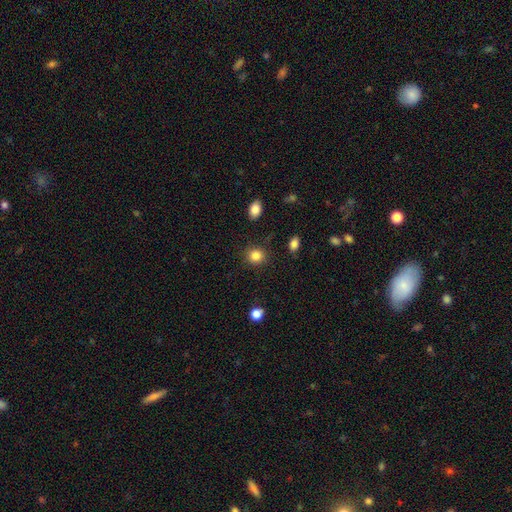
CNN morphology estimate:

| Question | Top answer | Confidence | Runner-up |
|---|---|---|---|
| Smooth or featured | smooth | 85% | star or artifact (11%) |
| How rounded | round | 86% | in between (14%) |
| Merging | none | 88% | minor disturbance (7%) |